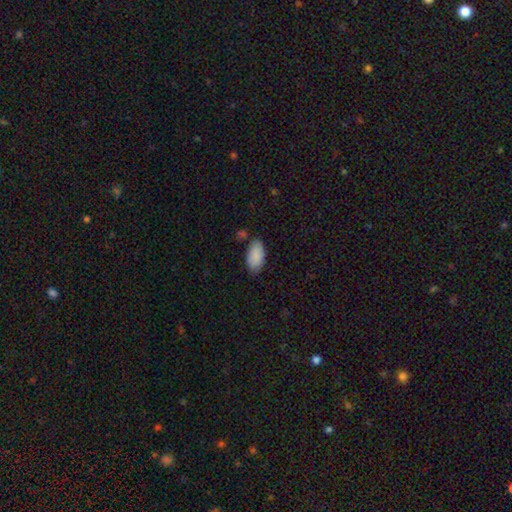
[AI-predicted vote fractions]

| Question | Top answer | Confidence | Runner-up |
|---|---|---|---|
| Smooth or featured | smooth | 89% | star or artifact (6%) |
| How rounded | in between | 95% | cigar-shaped (3%) |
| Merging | none | 74% | minor disturbance (18%) |